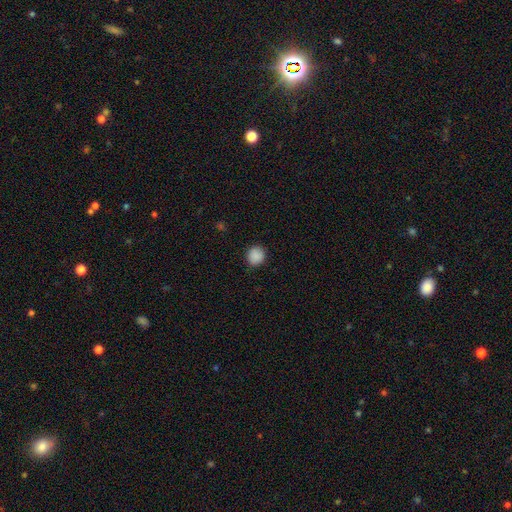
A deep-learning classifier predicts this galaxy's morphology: This is clearly a smooth galaxy (88%). How rounded: clearly round (88%). Merging: clearly none (87%).